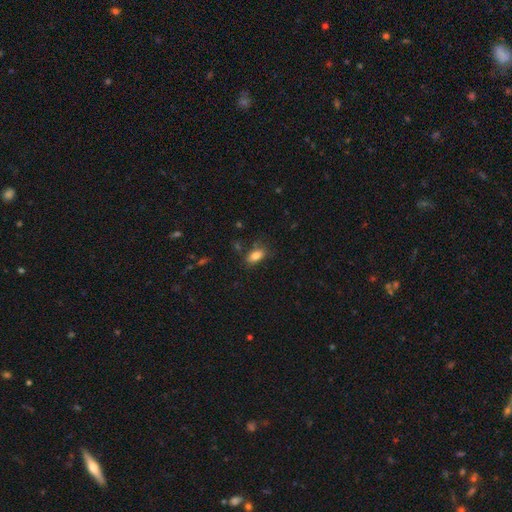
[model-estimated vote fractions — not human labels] A smooth galaxy with no disk features (83%) that is in between round and cigar-shaped (88%). Merging: none (75%).